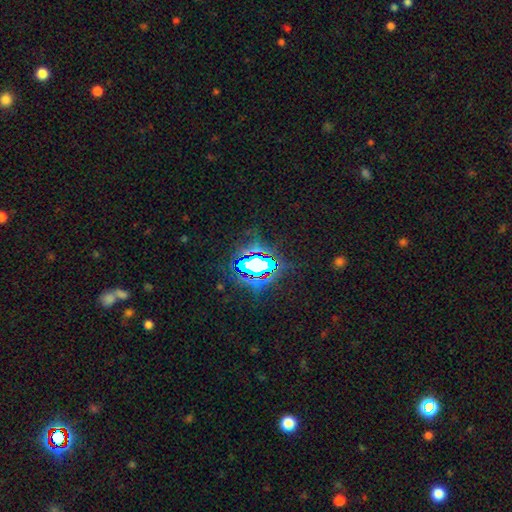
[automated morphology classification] star or artifact 79%, smooth 13%, featured or disk 8%.